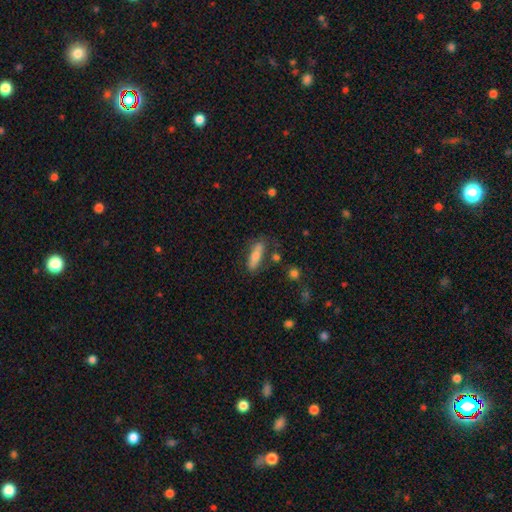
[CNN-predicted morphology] This appears to be a smooth galaxy with no disk features (71%) that is cigar-shaped (54%). Merging: none (71%).